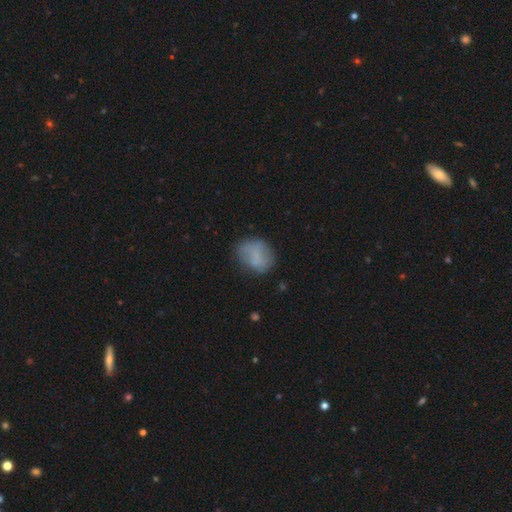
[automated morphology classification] A smooth galaxy with no disk features (73%) that is in between round and cigar-shaped (55%). Merging: none (65%).